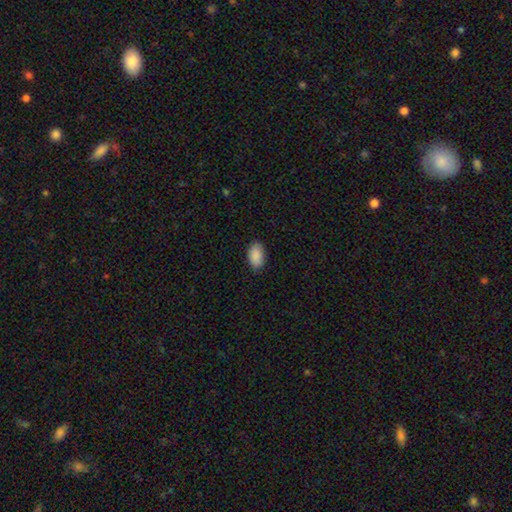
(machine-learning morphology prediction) A smooth galaxy with no disk features (90%) that is in between round and cigar-shaped (94%).

Vote fractions:
- Smooth or featured? smooth: 90% / star or artifact: 7% / featured or disk: 3%
- How rounded? in between: 94% / round: 5% / cigar-shaped: 2%
- Merging? none: 86% / minor disturbance: 11% / major disturbance: 2% / merger: 1%